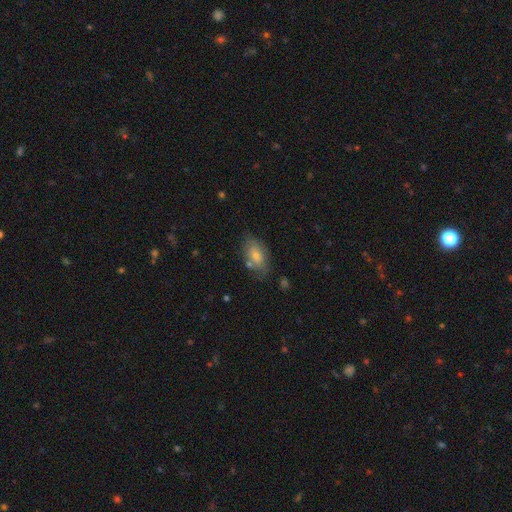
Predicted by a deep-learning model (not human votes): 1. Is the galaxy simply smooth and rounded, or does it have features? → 75% smooth, 17% featured or disk, 7% star or artifact.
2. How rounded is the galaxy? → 91% in between, 5% round, 4% cigar-shaped.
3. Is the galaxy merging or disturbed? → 67% none, 21% minor disturbance, 7% merger, 6% major disturbance.